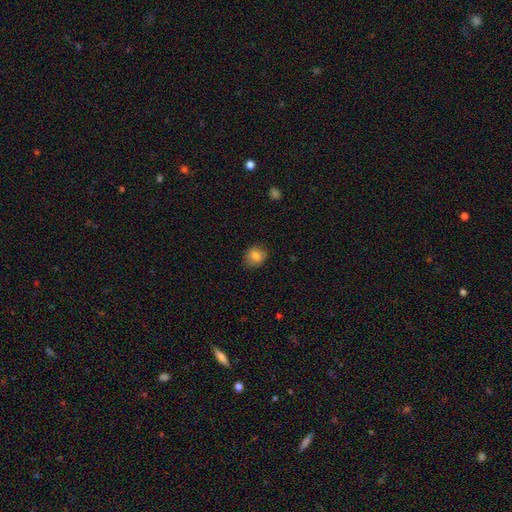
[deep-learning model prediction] smooth-or-featured: smooth: 81% | featured or disk: 10% | star or artifact: 9%
  how-rounded: round: 57% | in between: 42% | cigar-shaped: 1%
  merging: none: 80% | minor disturbance: 15% | major disturbance: 3% | merger: 1%